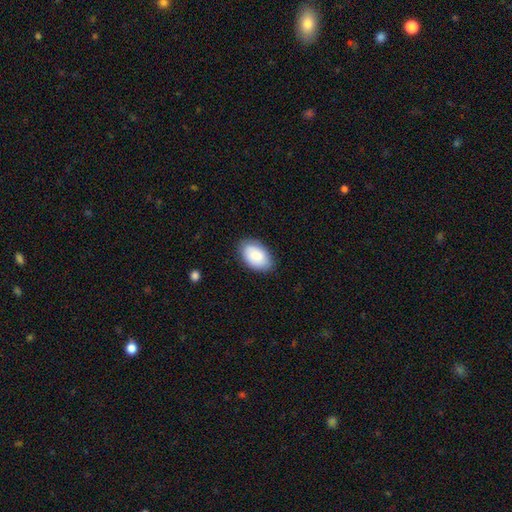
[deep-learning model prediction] smooth-or-featured: smooth: 86% | featured or disk: 9% | star or artifact: 6%
  how-rounded: in between: 93% | round: 6% | cigar-shaped: 1%
  merging: none: 83% | minor disturbance: 13% | major disturbance: 3% | merger: 1%